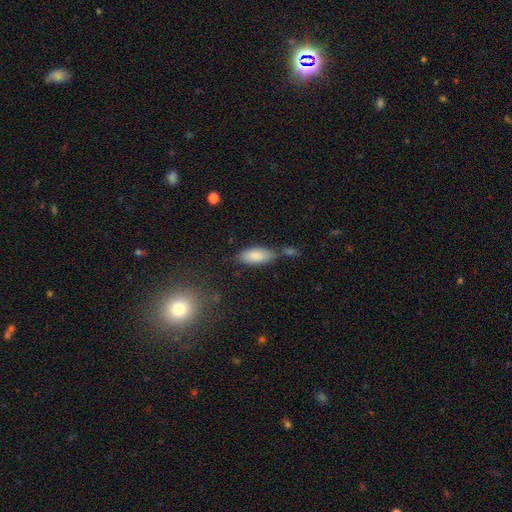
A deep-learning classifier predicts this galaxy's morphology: smooth-or-featured: smooth: 85% | featured or disk: 9% | star or artifact: 7%
  how-rounded: in between: 83% | cigar-shaped: 15% | round: 2%
  merging: none: 59% | minor disturbance: 21% | merger: 14% | major disturbance: 6%